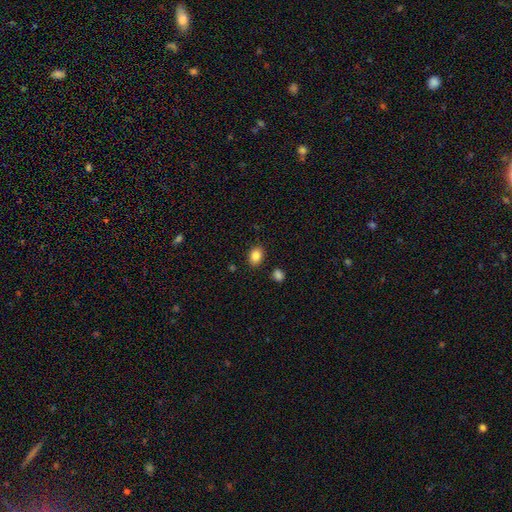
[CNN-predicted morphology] smooth-or-featured: smooth: 86% | star or artifact: 9% | featured or disk: 5%
  how-rounded: in between: 70% | round: 29% | cigar-shaped: 1%
  merging: none: 85% | minor disturbance: 9% | merger: 3% | major disturbance: 2%